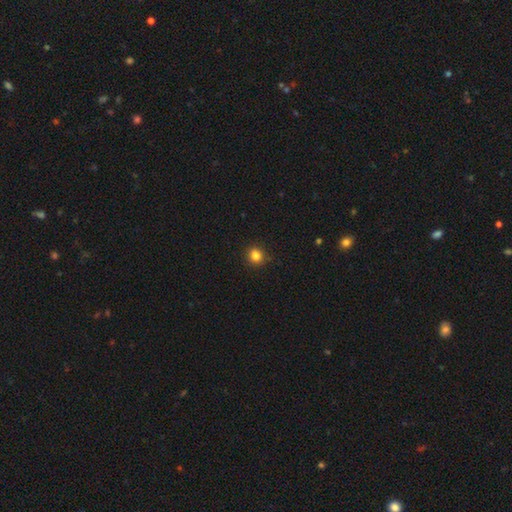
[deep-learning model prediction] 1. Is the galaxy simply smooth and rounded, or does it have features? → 83% smooth, 12% star or artifact, 5% featured or disk.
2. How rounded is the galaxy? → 85% round, 14% in between, 1% cigar-shaped.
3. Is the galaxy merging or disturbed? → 90% none, 8% minor disturbance, 2% major disturbance, 1% merger.